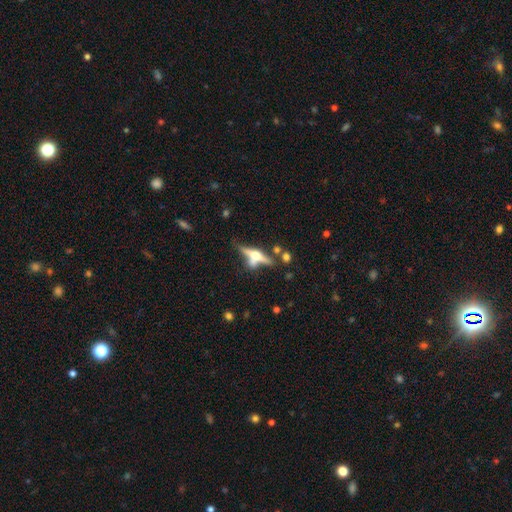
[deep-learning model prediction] Overall: featured or disk (70%). Edge-on disk: yes (94%). Edge-on bulge: rounded (94%). Merging: none (61%).